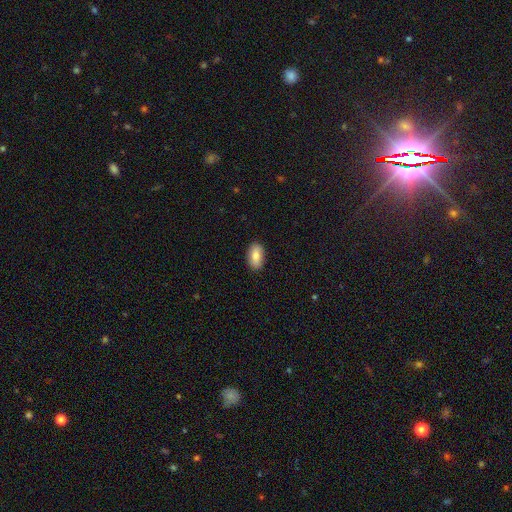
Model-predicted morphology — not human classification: This is likely a smooth galaxy (80%). How rounded: clearly in between (92%). Merging: clearly none (88%).